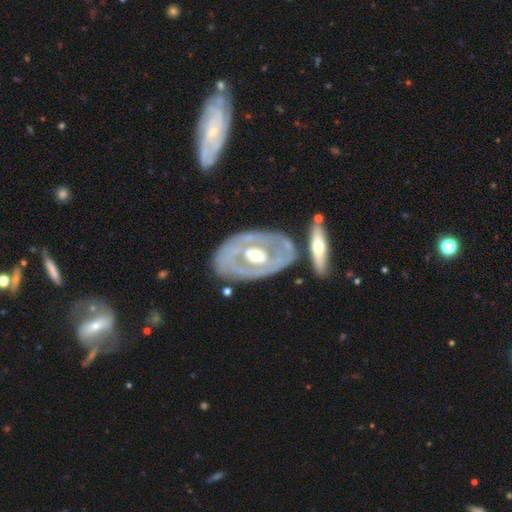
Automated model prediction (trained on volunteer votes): Smooth or featured: featured or disk — 77% (smooth — 19%)
Edge-on disk: no — 92% (yes — 8%)
Bar: no — 70% (weak — 19%)
Spiral arms: no — 66% (yes — 34%)
Bulge size: moderate — 71% (small — 13%)
Merging: none — 69% (minor disturbance — 16%)